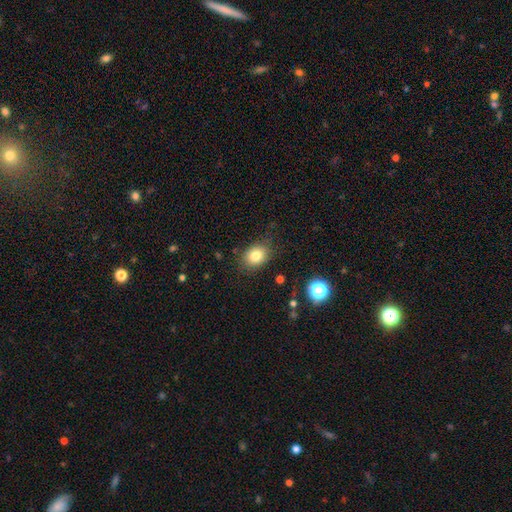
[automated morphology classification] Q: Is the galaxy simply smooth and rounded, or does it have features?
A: smooth — 80%.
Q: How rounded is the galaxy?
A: in between — 56%.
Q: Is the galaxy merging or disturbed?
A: none — 80%.